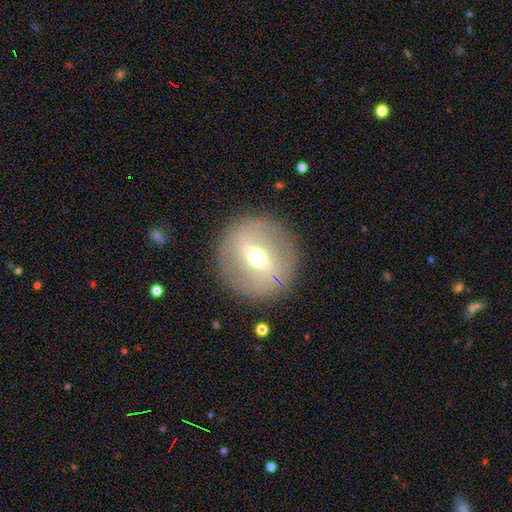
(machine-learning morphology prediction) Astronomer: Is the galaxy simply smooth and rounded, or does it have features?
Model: featured or disk — 63%.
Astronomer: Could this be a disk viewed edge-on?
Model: no — 81%.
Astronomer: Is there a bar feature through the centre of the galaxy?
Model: strong — 53% (runner-up: weak, 35%).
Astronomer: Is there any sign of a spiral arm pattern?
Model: no — 76%.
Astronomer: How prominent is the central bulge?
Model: moderate — 72%.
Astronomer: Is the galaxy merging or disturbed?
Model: none — 88%.